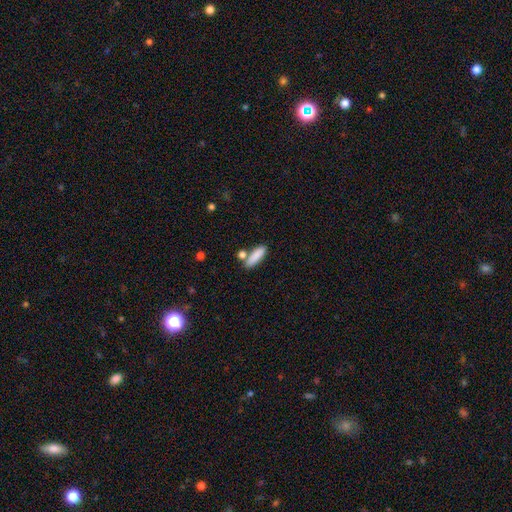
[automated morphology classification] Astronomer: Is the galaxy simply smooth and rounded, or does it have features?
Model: smooth — 85%.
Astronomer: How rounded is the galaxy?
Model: in between — 51% (runner-up: cigar-shaped, 46%).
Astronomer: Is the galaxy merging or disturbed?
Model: none — 67%.